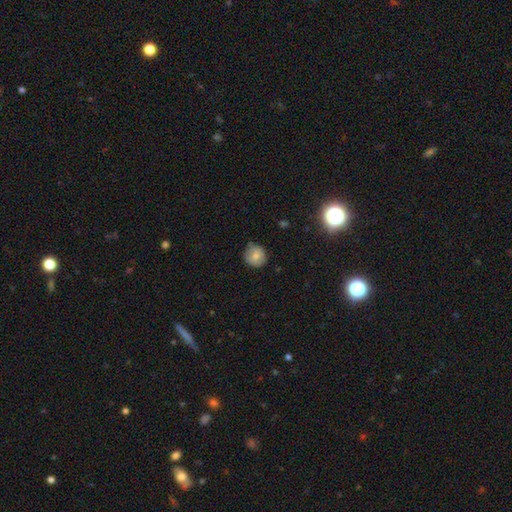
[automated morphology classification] Smooth or featured: smooth — 78% (featured or disk — 13%)
How rounded: round — 87% (in between — 12%)
Merging: none — 77% (minor disturbance — 19%)